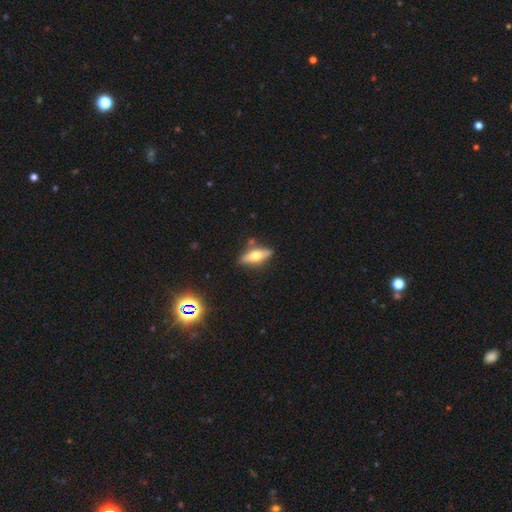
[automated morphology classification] This is possibly a featured or disk galaxy (47%). Merging: clearly none (81%).